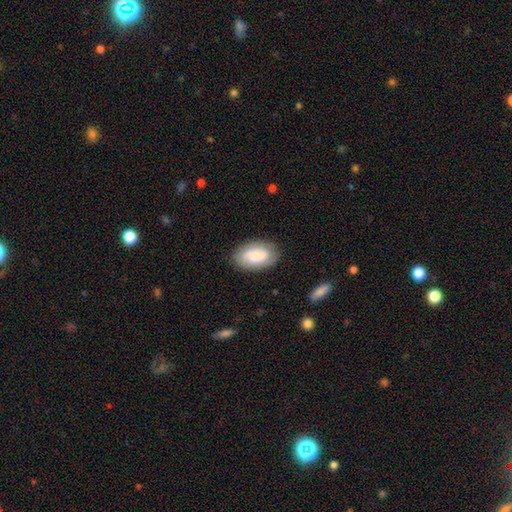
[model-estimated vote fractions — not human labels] Smooth or featured?
  - smooth: 68% *
  - featured or disk: 25%
  - star or artifact: 7%
How rounded?
  - in between: 92% *
  - round: 6%
  - cigar-shaped: 1%
Merging?
  - none: 82% *
  - minor disturbance: 13%
  - major disturbance: 4%
  - merger: 1%